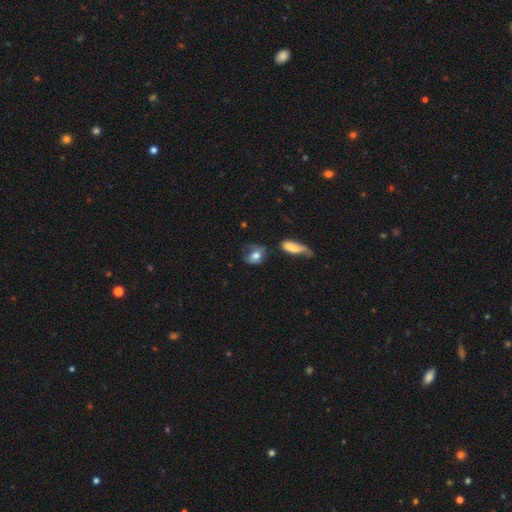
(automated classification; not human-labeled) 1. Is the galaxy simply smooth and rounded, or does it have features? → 69% smooth, 23% featured or disk, 8% star or artifact.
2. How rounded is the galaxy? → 71% in between, 26% round, 3% cigar-shaped.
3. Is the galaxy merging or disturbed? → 33% none, 31% minor disturbance, 26% major disturbance, 11% merger.